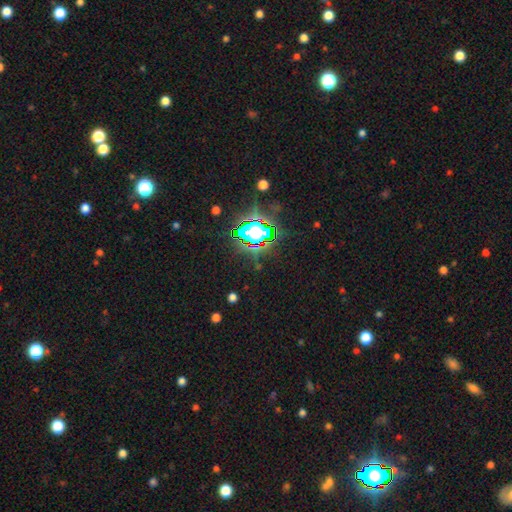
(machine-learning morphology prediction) Smooth or featured?
  - star or artifact: 78% *
  - smooth: 13%
  - featured or disk: 9%